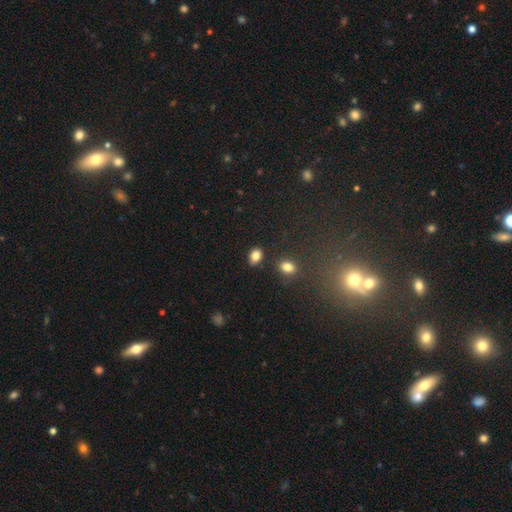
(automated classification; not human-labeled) smooth_or_featured: smooth (p=0.83) [alt: star or artifact p=0.11]
how_rounded: in between (p=0.72) [alt: round p=0.26]
merging: none (p=0.77) [alt: minor disturbance p=0.14]